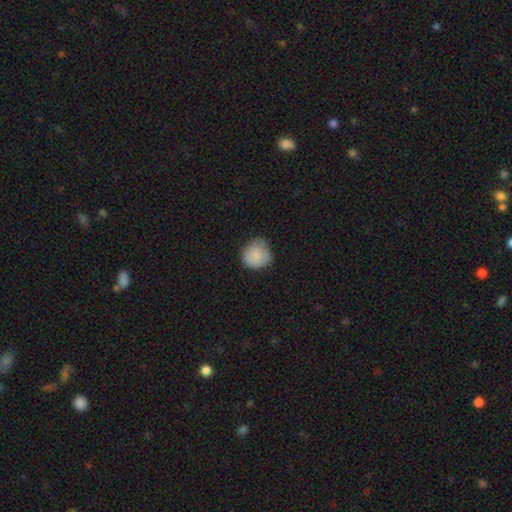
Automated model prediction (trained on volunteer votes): Q: Smooth or featured?
A: smooth (84%); runner-up: featured or disk (9%)
Q: How rounded?
A: round (87%); runner-up: in between (12%)
Q: Merging?
A: none (60%); runner-up: minor disturbance (31%)